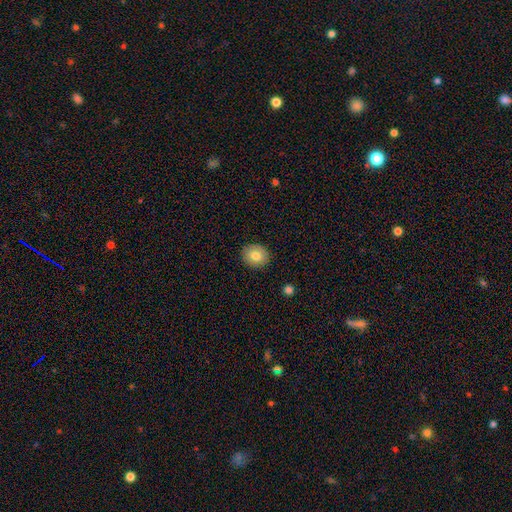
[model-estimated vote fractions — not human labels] A smooth galaxy with no disk features (80%) that is round (66%).

Vote fractions:
- Smooth or featured? smooth: 80% / featured or disk: 12% / star or artifact: 8%
- How rounded? round: 66% / in between: 33% / cigar-shaped: 1%
- Merging? none: 89% / minor disturbance: 8% / major disturbance: 2% / merger: 1%